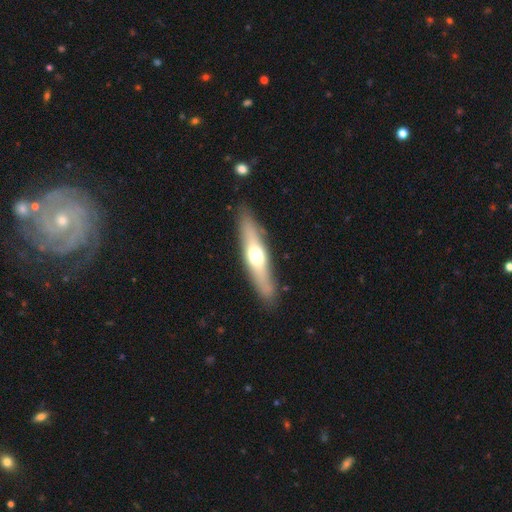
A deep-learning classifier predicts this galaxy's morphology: Q: Smooth or featured?
A: featured or disk (50%); runner-up: smooth (45%)
Q: Merging?
A: none (86%); runner-up: minor disturbance (10%)